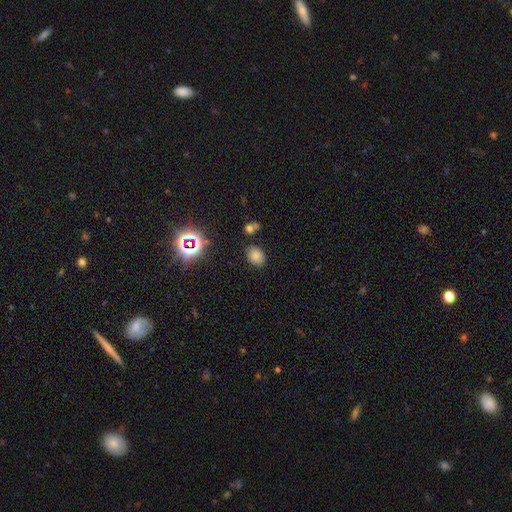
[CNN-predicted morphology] smooth_or_featured: smooth (p=0.74) [alt: star or artifact p=0.19]
how_rounded: in between (p=0.70) [alt: round p=0.29]
merging: none (p=0.80) [alt: minor disturbance p=0.12]